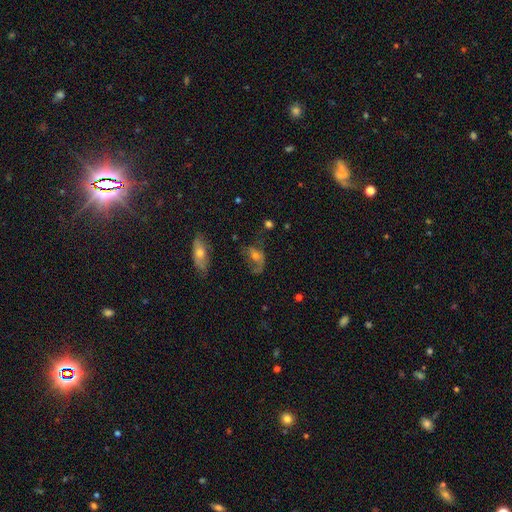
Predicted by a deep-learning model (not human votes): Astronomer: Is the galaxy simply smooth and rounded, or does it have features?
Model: featured or disk — 51% (runner-up: smooth, 34%).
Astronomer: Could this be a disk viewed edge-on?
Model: no — 91%.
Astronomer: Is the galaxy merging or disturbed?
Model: none — 39% (runner-up: major disturbance, 34%).